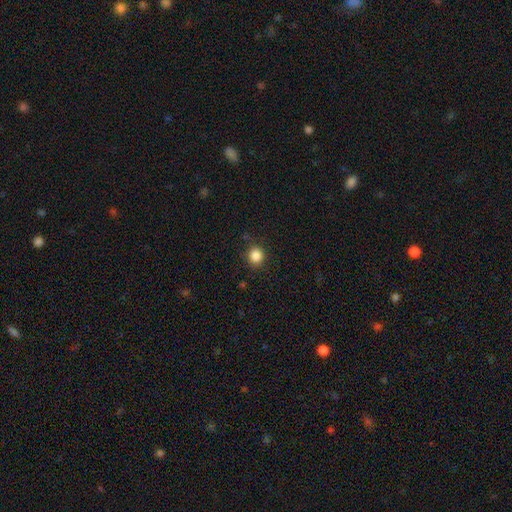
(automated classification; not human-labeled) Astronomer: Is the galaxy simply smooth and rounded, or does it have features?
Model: smooth — 86%.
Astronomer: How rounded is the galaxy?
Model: round — 89%.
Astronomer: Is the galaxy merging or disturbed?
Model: none — 86%.